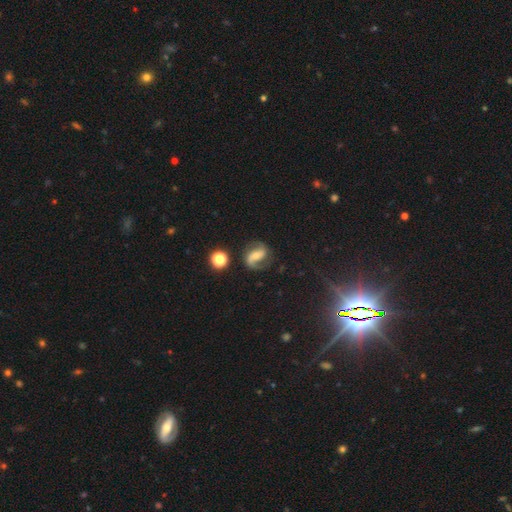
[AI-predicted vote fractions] featured or disk 80%, smooth 12%, star or artifact 8%. Down the decision tree: edge-on disk — no (97%); bar — weak (38%); spiral arms — yes (95%); spiral arm count — 2 (88%); spiral winding — medium (47%); bulge size — small (44%); merging — none (73%).